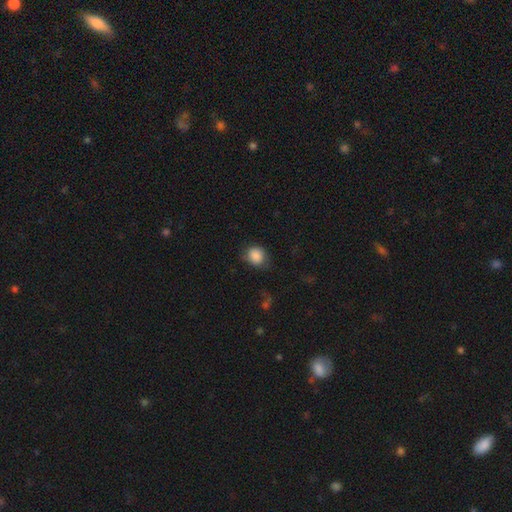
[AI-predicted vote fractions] A smooth galaxy with no disk features (87%) that is round (72%).

Vote fractions:
- Smooth or featured? smooth: 87% / star or artifact: 8% / featured or disk: 5%
- How rounded? round: 72% / in between: 27% / cigar-shaped: 1%
- Merging? none: 61% / minor disturbance: 27% / major disturbance: 9% / merger: 2%